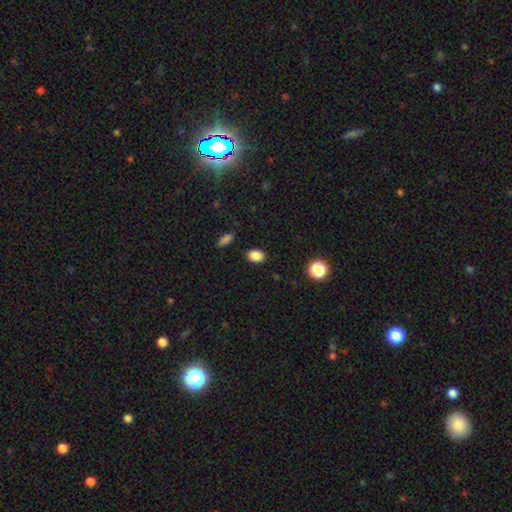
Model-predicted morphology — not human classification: A smooth galaxy with no disk features (86%) that is in between round and cigar-shaped (72%).

Vote fractions:
- Smooth or featured? smooth: 86% / star or artifact: 10% / featured or disk: 4%
- How rounded? in between: 72% / round: 27% / cigar-shaped: 1%
- Merging? none: 88% / minor disturbance: 8% / major disturbance: 2% / merger: 1%